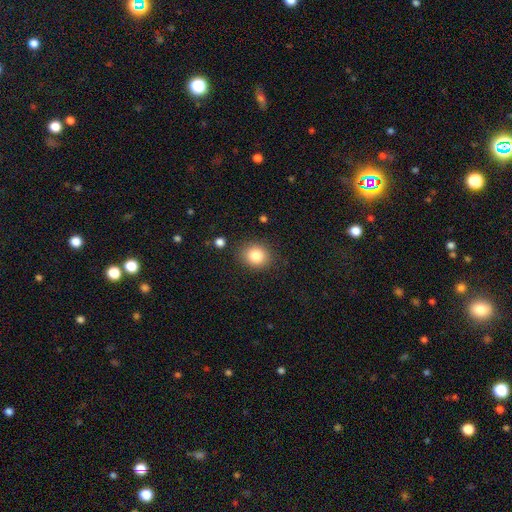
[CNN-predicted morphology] Overall: smooth (83%). How rounded: round (70%). Merging: none (86%).